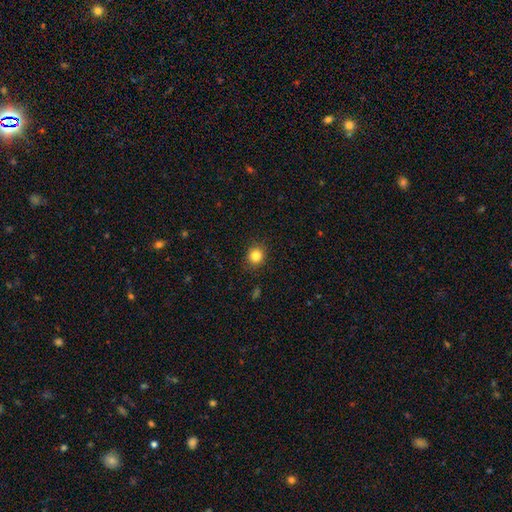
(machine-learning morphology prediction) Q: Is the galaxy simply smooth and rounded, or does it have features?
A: smooth — 83%.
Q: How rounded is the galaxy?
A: round — 85%.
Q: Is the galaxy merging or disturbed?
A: none — 88%.